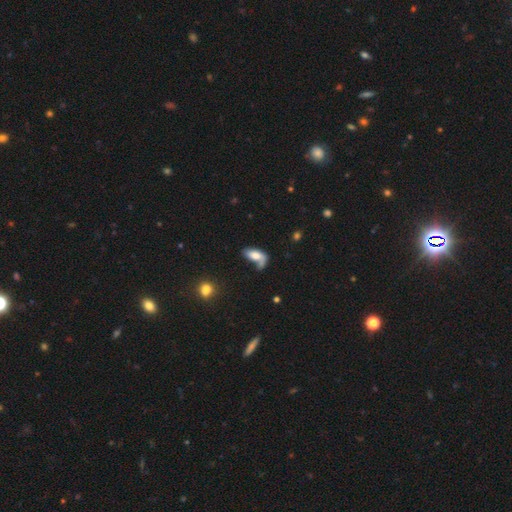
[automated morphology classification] type=smooth (67%); roundness=in between (87%); merging=none (35%).